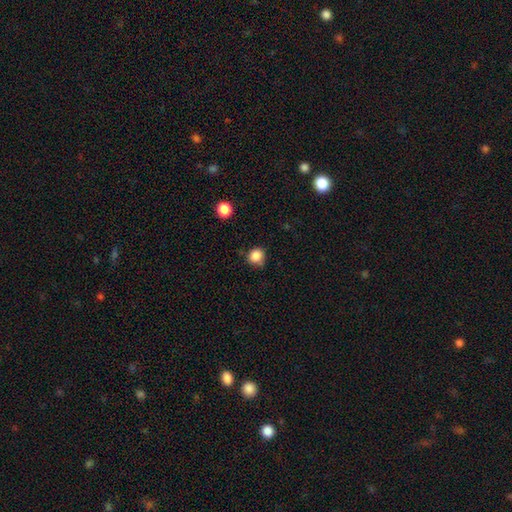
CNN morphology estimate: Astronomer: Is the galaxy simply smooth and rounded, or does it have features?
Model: smooth — 86%.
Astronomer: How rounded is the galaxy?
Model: round — 86%.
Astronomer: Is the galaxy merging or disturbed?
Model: none — 72%.